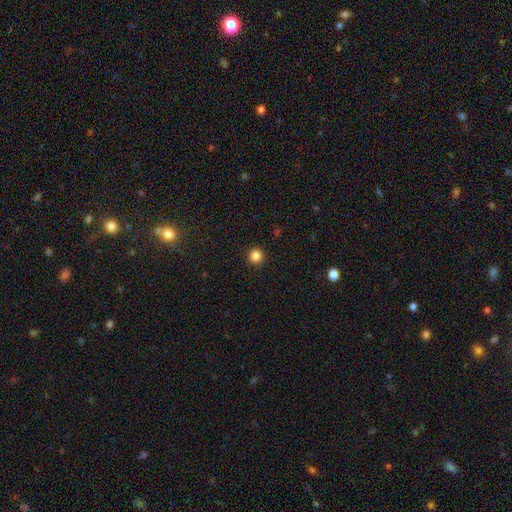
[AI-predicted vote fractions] A smooth galaxy with no disk features (84%) that is round (94%). Merging: none (92%).